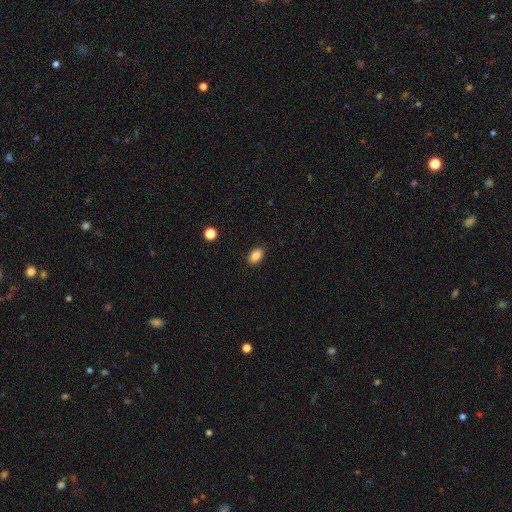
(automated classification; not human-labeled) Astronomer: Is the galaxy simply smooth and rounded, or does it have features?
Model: smooth — 87%.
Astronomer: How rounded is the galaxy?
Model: in between — 86%.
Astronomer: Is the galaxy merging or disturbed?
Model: none — 88%.